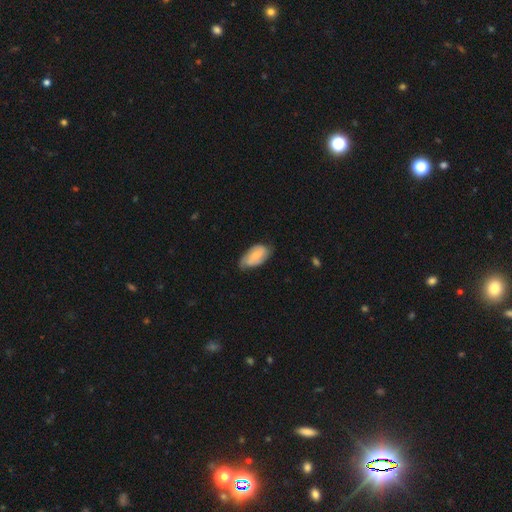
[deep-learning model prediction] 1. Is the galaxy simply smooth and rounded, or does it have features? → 53% smooth, 41% featured or disk, 6% star or artifact.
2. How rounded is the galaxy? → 93% in between, 4% cigar-shaped, 4% round.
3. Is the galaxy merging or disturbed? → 56% none, 35% minor disturbance, 8% major disturbance, 2% merger.